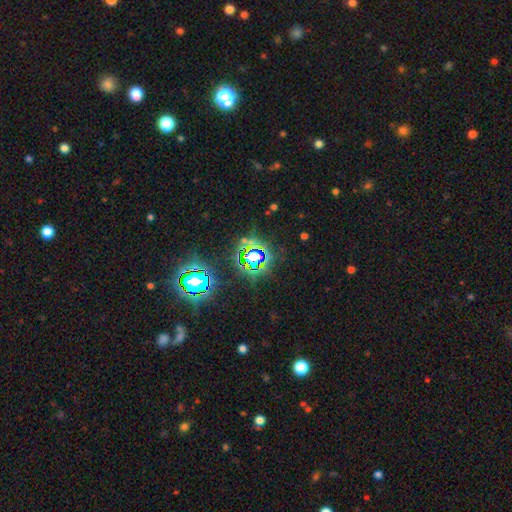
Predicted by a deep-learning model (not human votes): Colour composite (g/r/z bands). It shows a star or artifact, not a galaxy (68%).